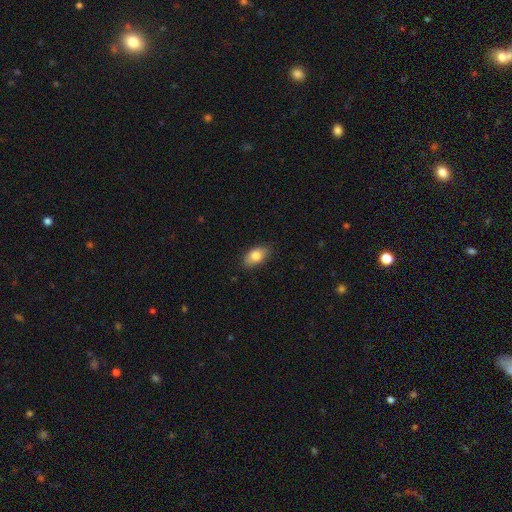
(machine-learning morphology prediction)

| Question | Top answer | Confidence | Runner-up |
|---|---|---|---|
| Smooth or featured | smooth | 82% | featured or disk (11%) |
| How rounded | in between | 90% | round (8%) |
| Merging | none | 83% | minor disturbance (14%) |